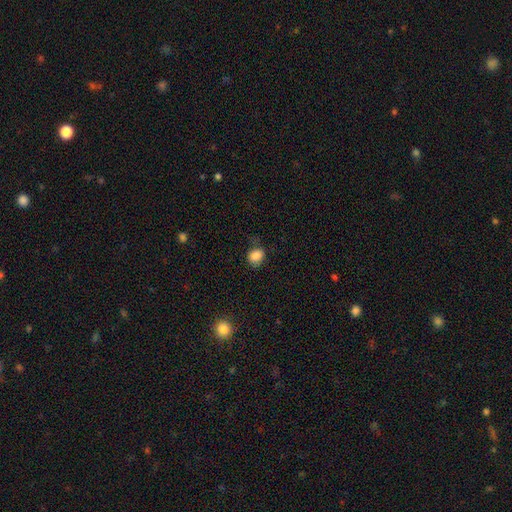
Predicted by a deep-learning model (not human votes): This is clearly a smooth galaxy (86%). How rounded: possibly in between (50%). Merging: likely none (68%).